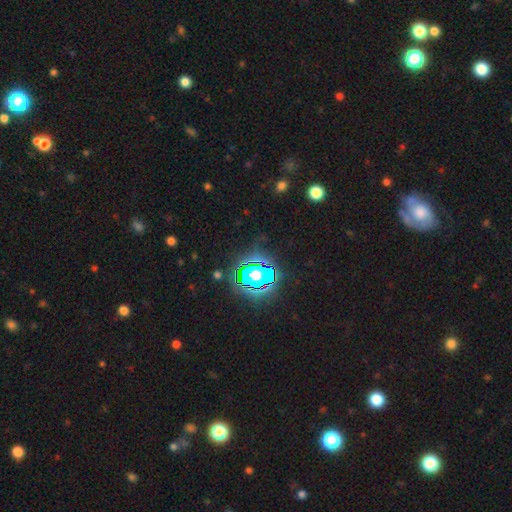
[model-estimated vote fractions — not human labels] A star or artifact, not a galaxy (77%).

Vote fractions:
- Smooth or featured? star or artifact: 77% / smooth: 15% / featured or disk: 9%